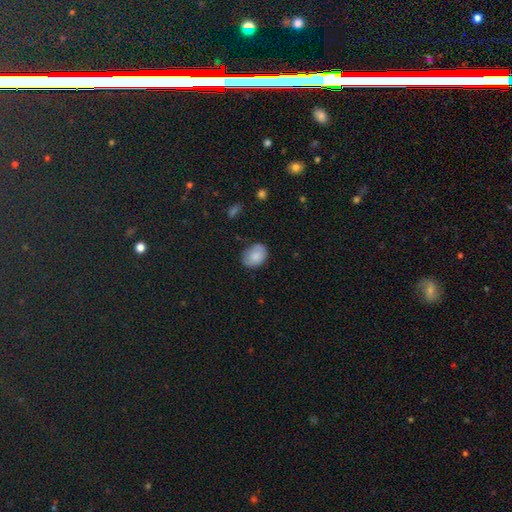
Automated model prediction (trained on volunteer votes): Morphology: type=smooth (83%); roundness=in between (73%); merging=none (76%).